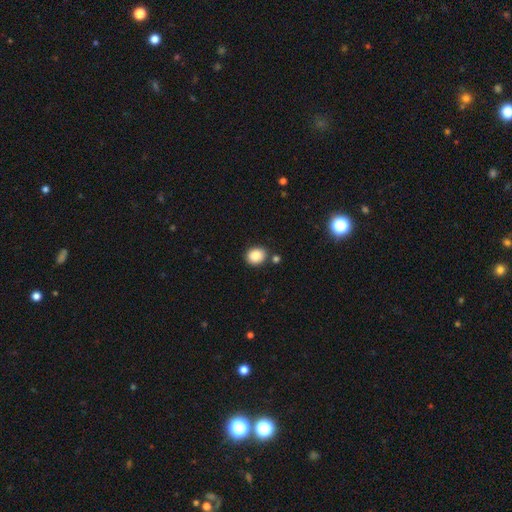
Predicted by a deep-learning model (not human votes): The model was most divided on "how rounded": round: 60%, in between: 39%, cigar-shaped: 1%. More confident: smooth or featured — smooth (87%); merging — none (80%).